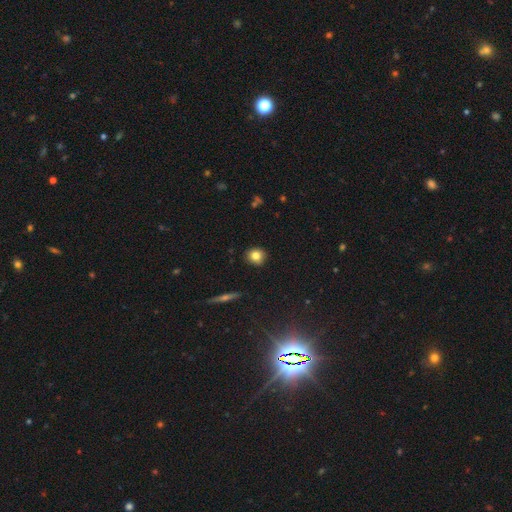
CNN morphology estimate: This appears to be a smooth galaxy with no disk features (81%) that is round (85%). Merging: none (90%).